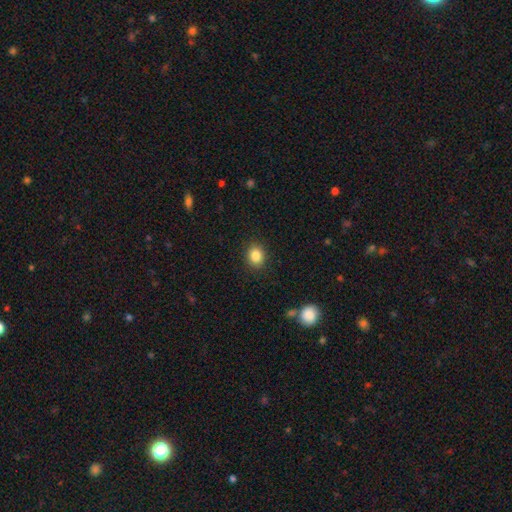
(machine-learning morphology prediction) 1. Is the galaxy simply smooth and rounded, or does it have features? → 85% smooth, 10% star or artifact, 5% featured or disk.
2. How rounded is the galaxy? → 60% round, 39% in between, 1% cigar-shaped.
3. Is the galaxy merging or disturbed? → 89% none, 7% minor disturbance, 2% major disturbance, 1% merger.